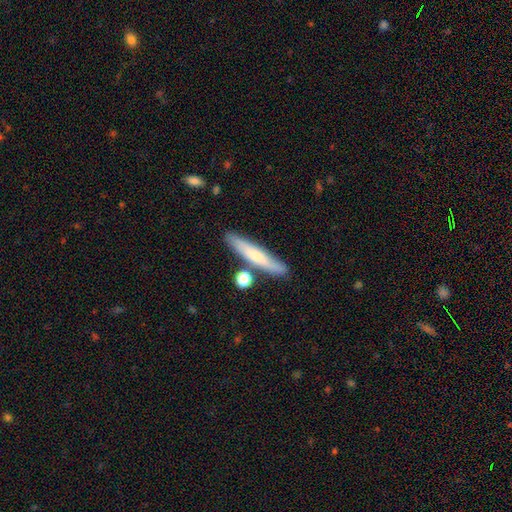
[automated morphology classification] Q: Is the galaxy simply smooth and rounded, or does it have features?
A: smooth — 61%.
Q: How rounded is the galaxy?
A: cigar-shaped — 90%.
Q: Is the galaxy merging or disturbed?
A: none — 79%.